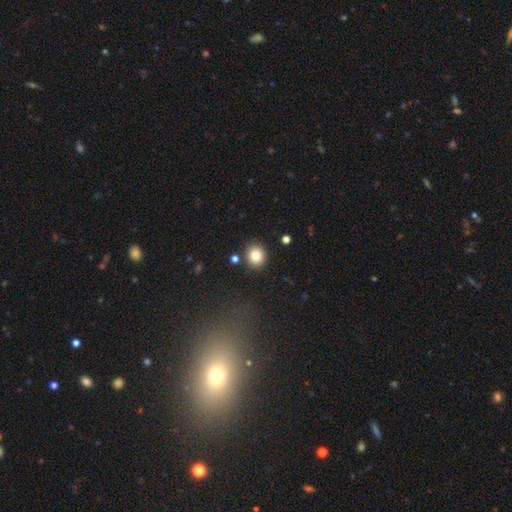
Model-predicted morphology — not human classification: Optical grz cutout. It shows a smooth galaxy with no disk features (81%) that is round (85%). Merging: none (88%).